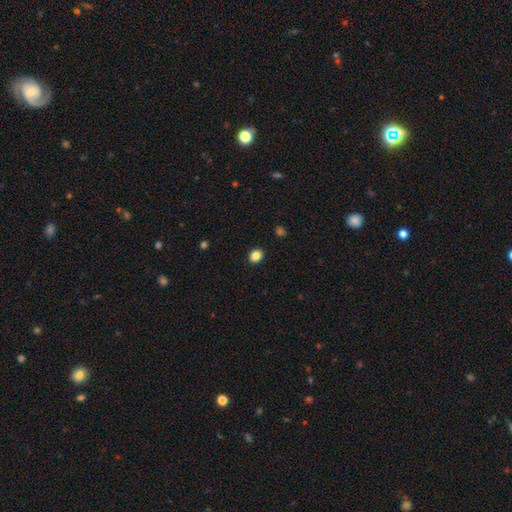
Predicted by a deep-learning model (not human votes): A smooth galaxy with no disk features (85%) that is round (56%). Merging: none (91%).